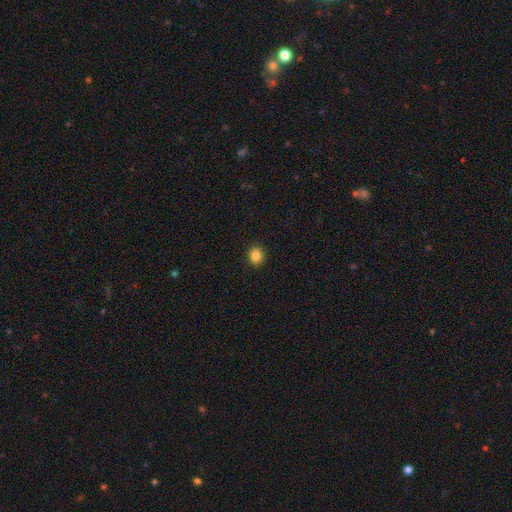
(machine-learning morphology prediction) Q: Smooth or featured?
A: smooth (85%); runner-up: star or artifact (11%)
Q: How rounded?
A: round (68%); runner-up: in between (31%)
Q: Merging?
A: none (92%); runner-up: minor disturbance (6%)